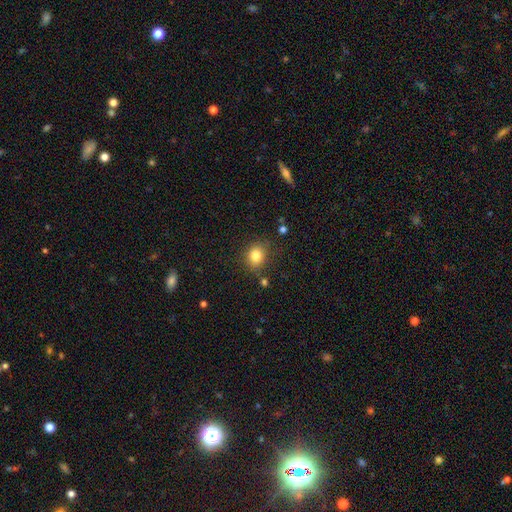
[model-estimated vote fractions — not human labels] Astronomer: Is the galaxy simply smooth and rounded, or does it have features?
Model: smooth — 82%.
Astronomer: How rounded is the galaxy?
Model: round — 61% (runner-up: in between, 38%).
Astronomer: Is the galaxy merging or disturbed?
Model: none — 80%.